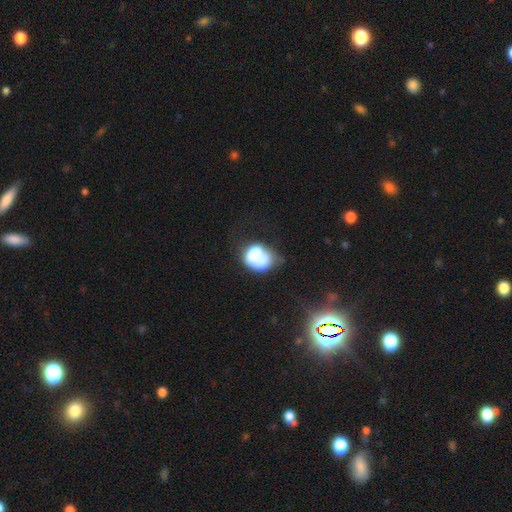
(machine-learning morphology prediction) A smooth galaxy with no disk features (60%) that is in between round and cigar-shaped (53%).

Vote fractions:
- Smooth or featured? smooth: 60% / featured or disk: 30% / star or artifact: 10%
- How rounded? in between: 53% / round: 46% / cigar-shaped: 1%
- Merging? merger: 42% / none: 22% / major disturbance: 19% / minor disturbance: 18%